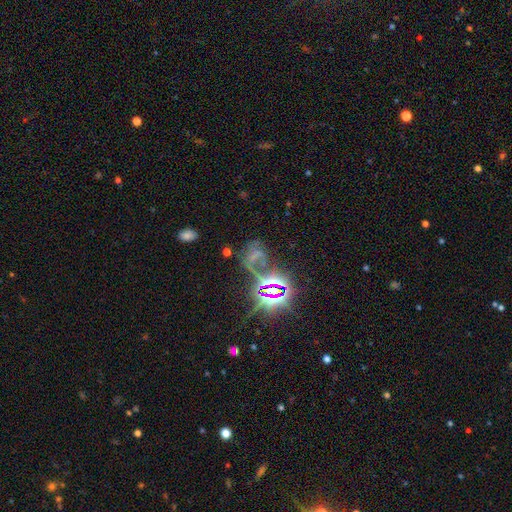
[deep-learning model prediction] star or artifact 58%, featured or disk 22%, smooth 20%.